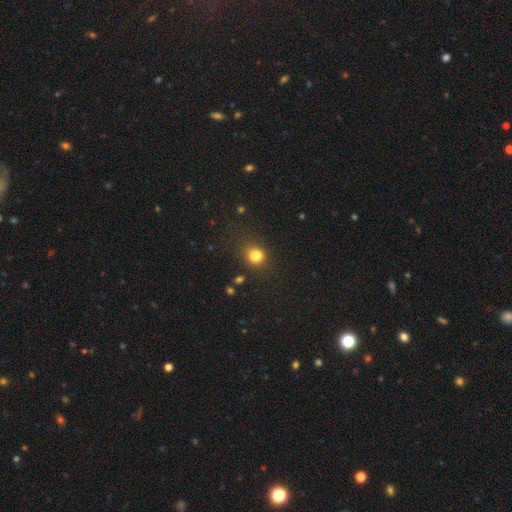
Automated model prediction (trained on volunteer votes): This is clearly a smooth galaxy (80%). How rounded: likely round (65%). Merging: likely none (72%).